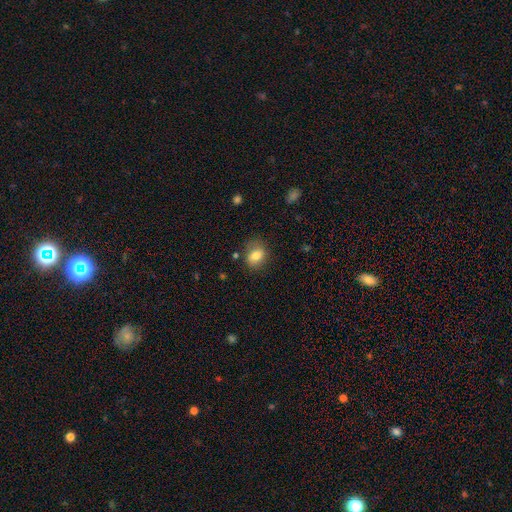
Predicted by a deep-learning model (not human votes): smooth-or-featured: smooth: 79% | featured or disk: 12% | star or artifact: 9%
  how-rounded: in between: 56% | round: 43% | cigar-shaped: 1%
  merging: none: 75% | minor disturbance: 17% | major disturbance: 6% | merger: 2%